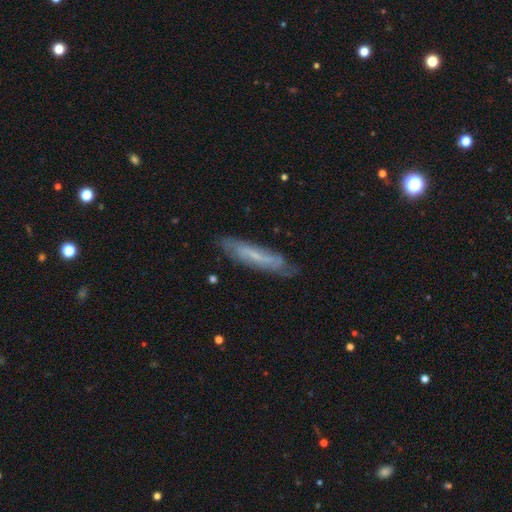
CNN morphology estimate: Q: Smooth or featured?
A: featured or disk (60%); runner-up: smooth (33%)
Q: Edge-on disk?
A: no (54%); runner-up: yes (46%)
Q: Merging?
A: none (76%); runner-up: minor disturbance (18%)